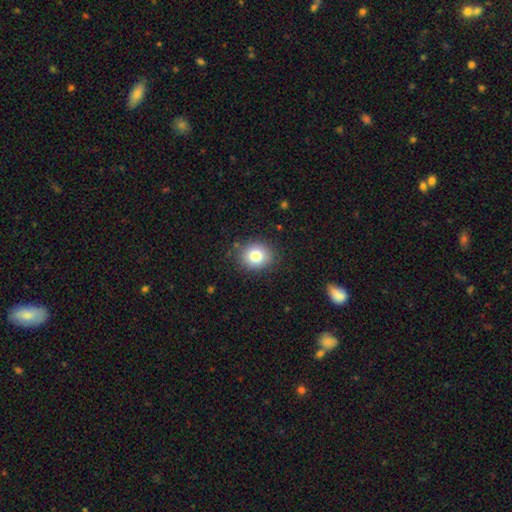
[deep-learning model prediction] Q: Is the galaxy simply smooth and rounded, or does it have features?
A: smooth — 80%.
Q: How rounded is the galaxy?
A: round — 77%.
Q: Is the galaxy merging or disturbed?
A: none — 86%.